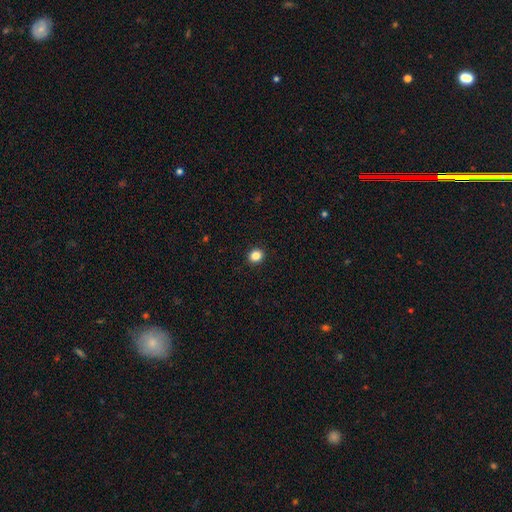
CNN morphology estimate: type=smooth (85%); roundness=round (75%); merging=none (92%).